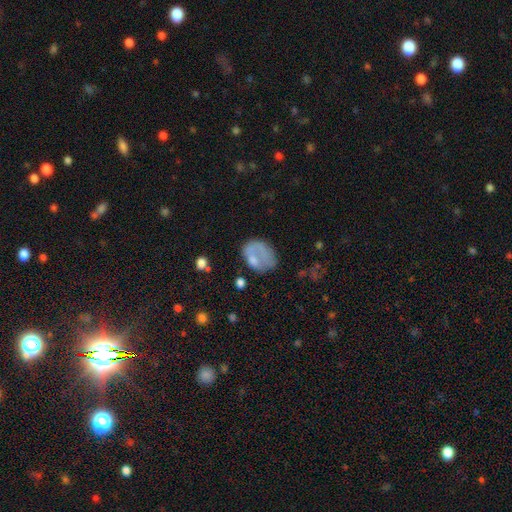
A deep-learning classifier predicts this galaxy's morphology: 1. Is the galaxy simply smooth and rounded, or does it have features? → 62% smooth, 28% featured or disk, 10% star or artifact.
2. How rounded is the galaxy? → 70% in between, 29% round, 1% cigar-shaped.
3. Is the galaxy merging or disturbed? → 39% none, 27% major disturbance, 26% minor disturbance, 9% merger.